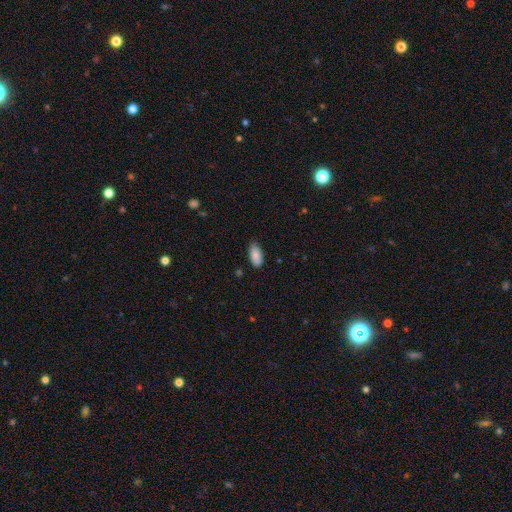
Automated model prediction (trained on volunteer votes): Smooth or featured?
  - smooth: 87% *
  - star or artifact: 7%
  - featured or disk: 6%
How rounded?
  - in between: 93% *
  - cigar-shaped: 5%
  - round: 2%
Merging?
  - none: 79% *
  - minor disturbance: 17%
  - major disturbance: 2%
  - merger: 1%